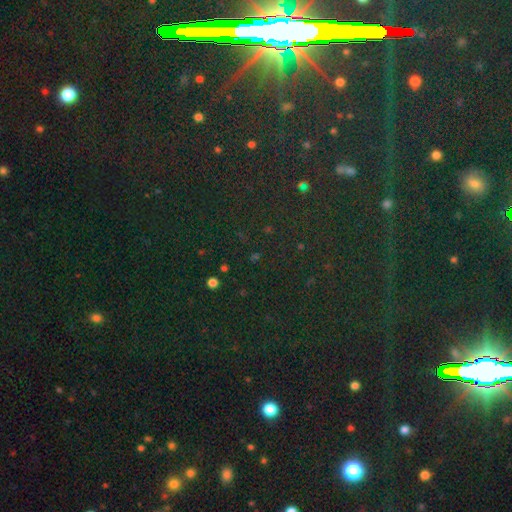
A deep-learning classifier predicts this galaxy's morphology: smooth_or_featured: star or artifact (p=0.81) [alt: smooth p=0.12]